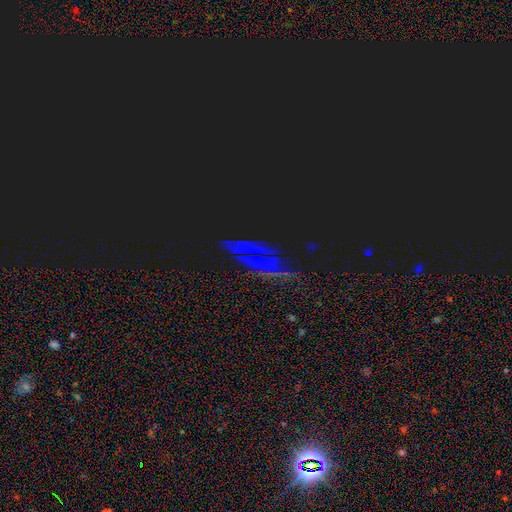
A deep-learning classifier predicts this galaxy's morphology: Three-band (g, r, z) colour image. It shows a star or artifact, not a galaxy (63%).